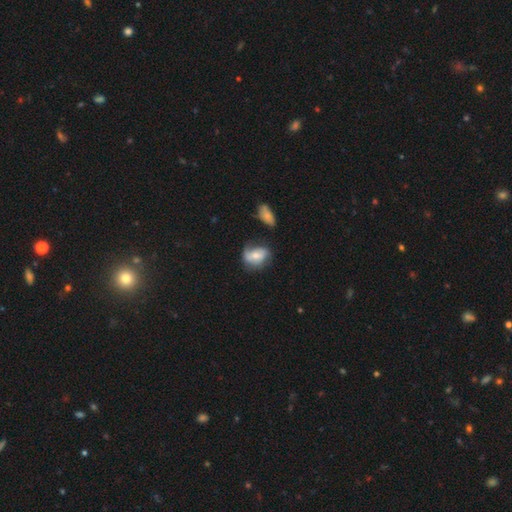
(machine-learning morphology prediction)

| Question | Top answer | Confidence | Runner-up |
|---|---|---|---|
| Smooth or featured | featured or disk | 46% | tied: smooth (46%) |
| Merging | none | 46% | minor disturbance (31%) |